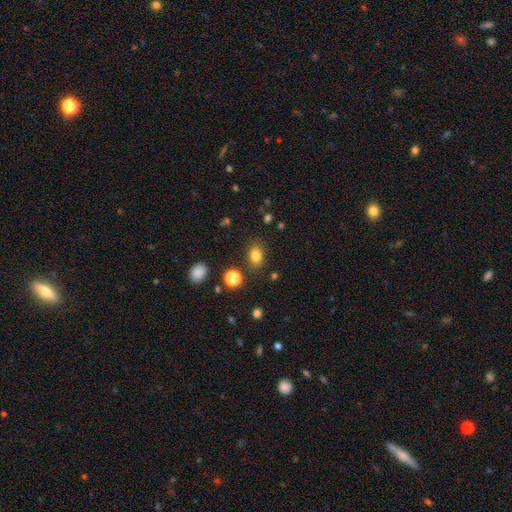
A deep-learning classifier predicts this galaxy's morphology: Smooth or featured? Predicted: smooth (p=0.81). How rounded? Predicted: in between (p=0.66). Merging? Predicted: none (p=0.82).